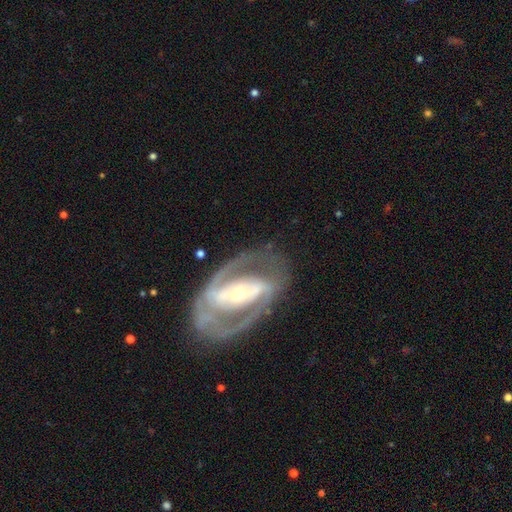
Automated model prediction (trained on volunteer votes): Smooth or featured? featured or disk (85%)
Edge-on disk? no (93%)
Bar? strong (57%)
Spiral arms? yes (79%)
Spiral winding? medium (44%)
Spiral arm count? 2 (76%)
Bulge size? small (54%)
Merging? none (71%)